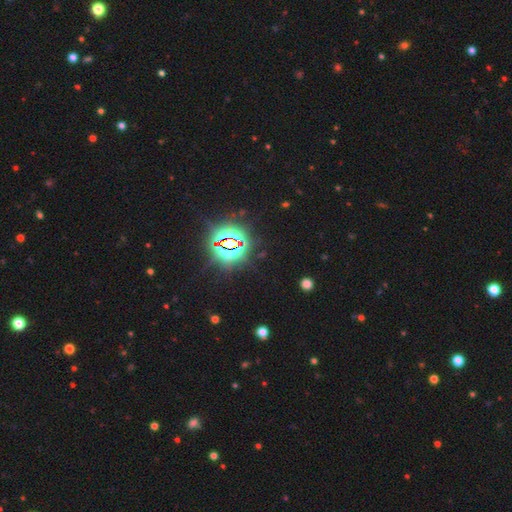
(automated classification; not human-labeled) Smooth or featured?
  - star or artifact: 86% *
  - smooth: 9%
  - featured or disk: 6%